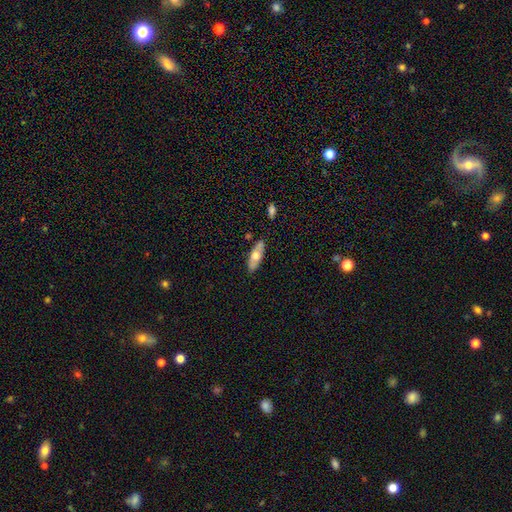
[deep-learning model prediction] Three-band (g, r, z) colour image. It shows a smooth galaxy with no disk features (56%) that is in between round and cigar-shaped (71%). Merging: none (84%).